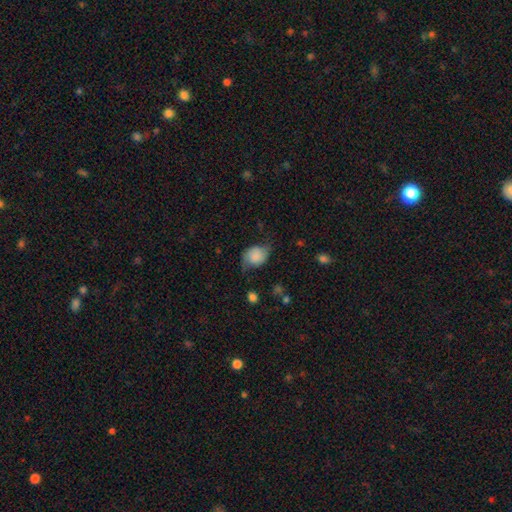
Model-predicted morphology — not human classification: A smooth galaxy with no disk features (60%) that is in between round and cigar-shaped (53%). Merging: none (54%).